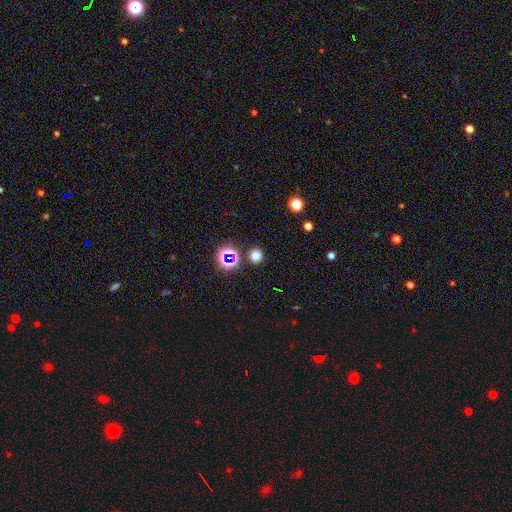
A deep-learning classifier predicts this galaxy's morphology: Q: Smooth or featured?
A: smooth (68%); runner-up: star or artifact (27%)
Q: How rounded?
A: round (92%); runner-up: in between (7%)
Q: Merging?
A: none (87%); runner-up: minor disturbance (7%)